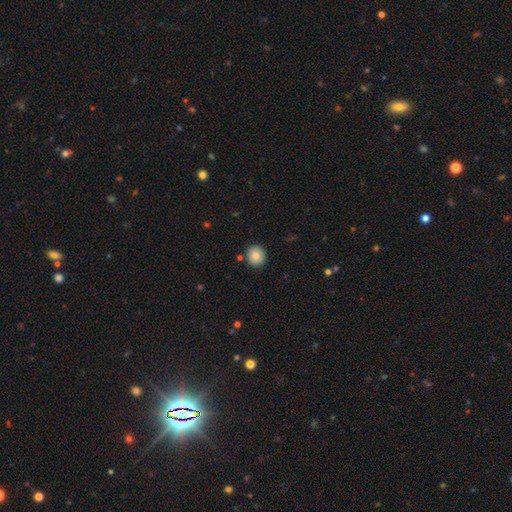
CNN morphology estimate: smooth-or-featured: smooth: 84% | star or artifact: 9% | featured or disk: 7%
  how-rounded: round: 88% | in between: 11% | cigar-shaped: 1%
  merging: none: 88% | minor disturbance: 7% | merger: 3% | major disturbance: 2%